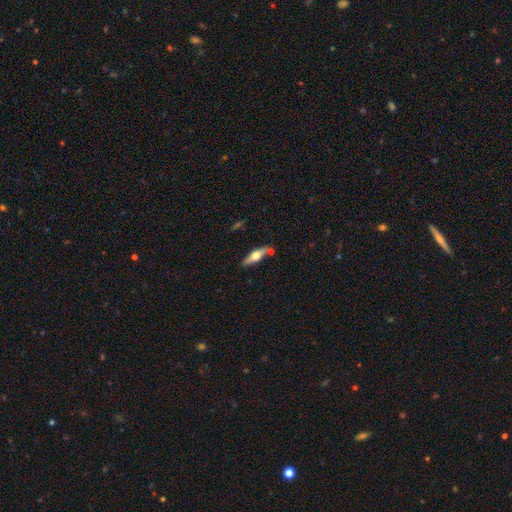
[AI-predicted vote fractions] This is possibly a featured or disk galaxy (57%). It is clearly viewed edge-on (92%). Edge-on bulge: clearly rounded (94%). Merging: likely none (78%).